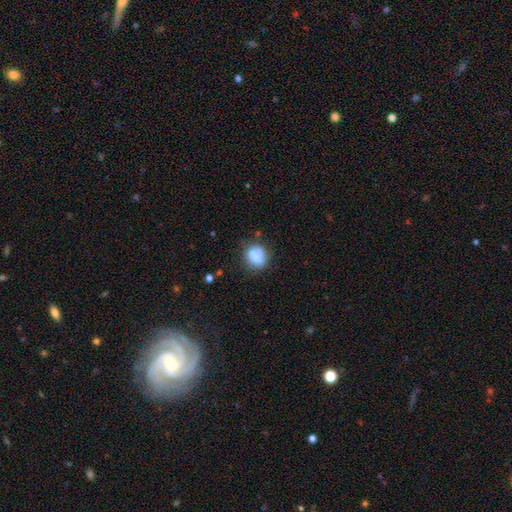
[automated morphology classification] smooth 78%, featured or disk 13%, star or artifact 9%. Down the decision tree: how rounded — round (63%); merging — none (62%).